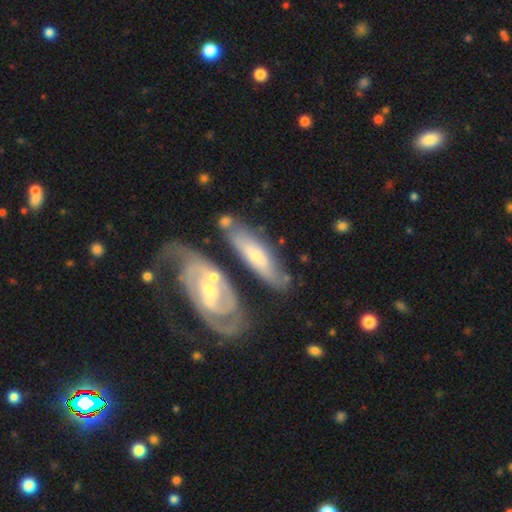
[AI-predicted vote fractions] Q: Smooth or featured?
A: featured or disk (56%); runner-up: smooth (39%)
Q: Edge-on disk?
A: no (72%); runner-up: yes (28%)
Q: Merging?
A: none (53%); runner-up: merger (22%)